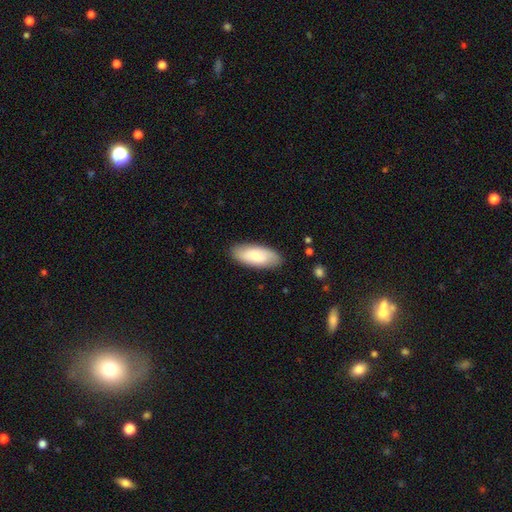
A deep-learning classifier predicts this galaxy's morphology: smooth 73%, featured or disk 22%, star or artifact 6%. Down the decision tree: how rounded — in between (85%); merging — none (85%).